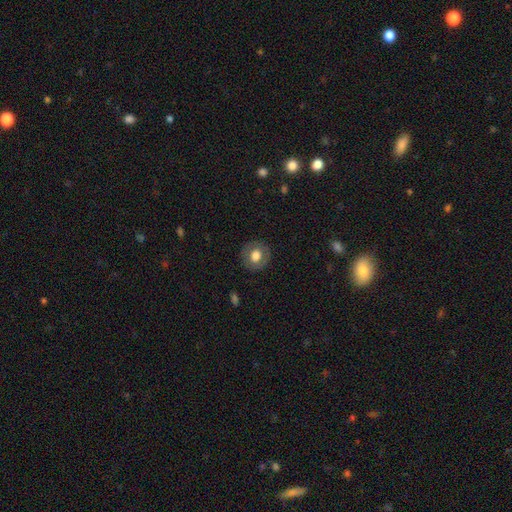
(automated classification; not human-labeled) A smooth galaxy with no disk features (69%) that is round (83%).

Vote fractions:
- Smooth or featured? smooth: 69% / featured or disk: 23% / star or artifact: 8%
- How rounded? round: 83% / in between: 16% / cigar-shaped: 1%
- Merging? none: 87% / minor disturbance: 9% / major disturbance: 3% / merger: 1%